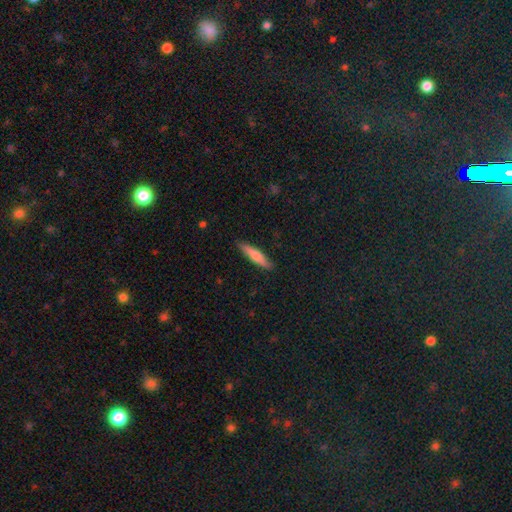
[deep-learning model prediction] Q: Smooth or featured?
A: smooth (69%); runner-up: featured or disk (26%)
Q: How rounded?
A: cigar-shaped (86%); runner-up: in between (13%)
Q: Merging?
A: none (88%); runner-up: minor disturbance (9%)